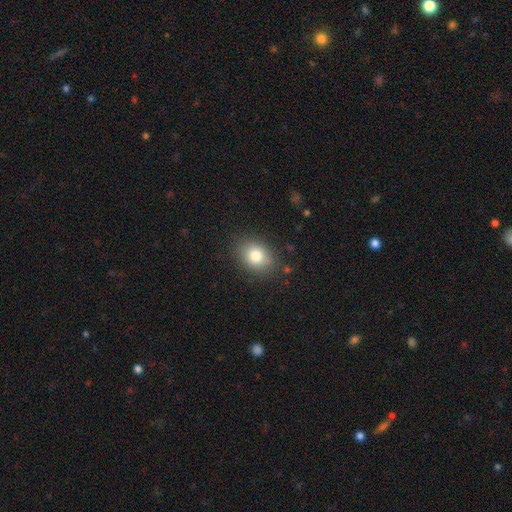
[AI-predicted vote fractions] Smooth or featured? Predicted: smooth (p=0.80). How rounded? Predicted: in between (p=0.62). Merging? Predicted: none (p=0.84).